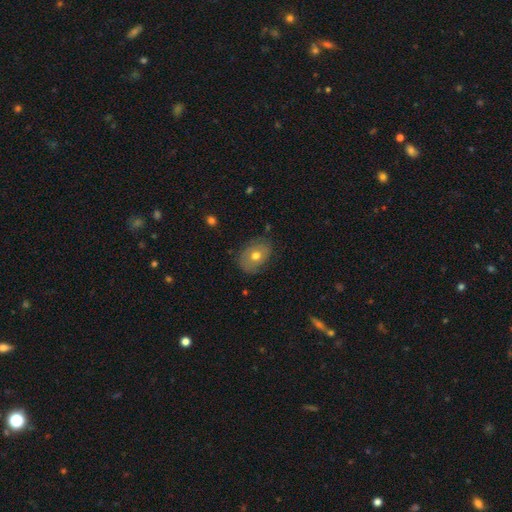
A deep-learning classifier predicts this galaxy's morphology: This appears to be a smooth galaxy with no disk features (59%) that is in between round and cigar-shaped (69%). Merging: none (78%).